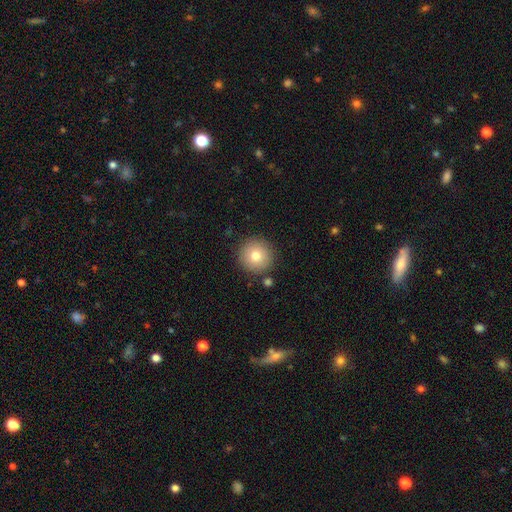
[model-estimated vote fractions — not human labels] A smooth galaxy with no disk features (78%) that is round (96%). Merging: none (87%).